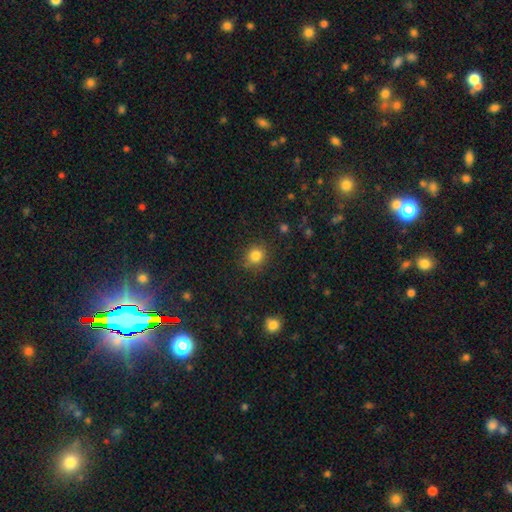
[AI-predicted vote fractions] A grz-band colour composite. It shows a smooth galaxy with no disk features (83%) that is round (84%). Merging: none (85%).